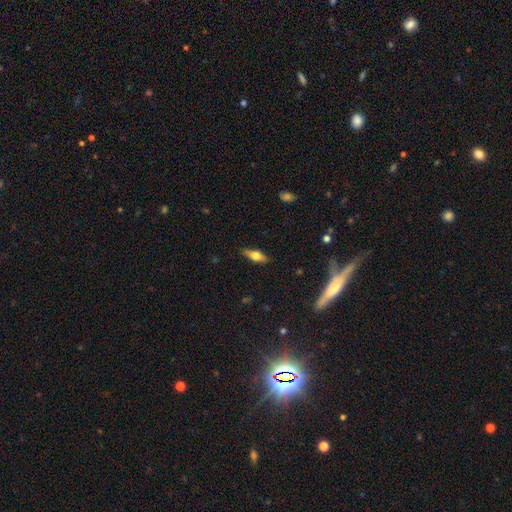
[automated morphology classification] The model was most divided on "smooth or featured": smooth: 53%, featured or disk: 40%, star or artifact: 7%. More confident: merging — none (86%); how rounded — in between (62%).